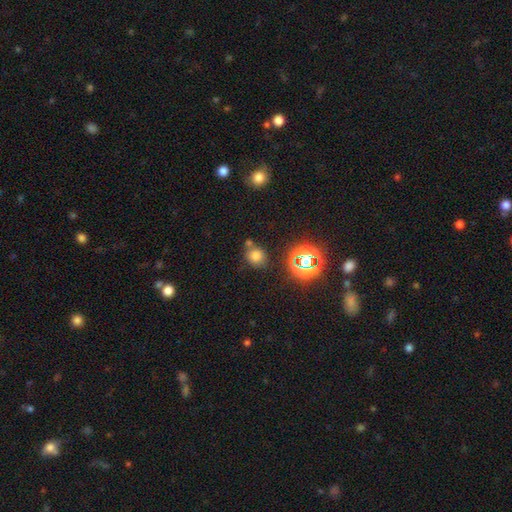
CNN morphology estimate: smooth 70%, star or artifact 22%, featured or disk 8%. Down the decision tree: how rounded — round (73%); merging — none (68%).